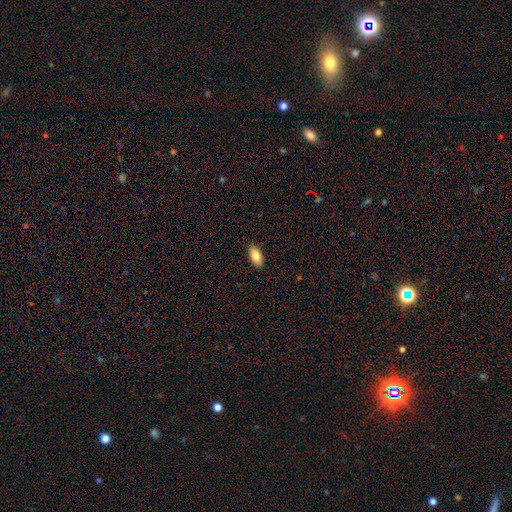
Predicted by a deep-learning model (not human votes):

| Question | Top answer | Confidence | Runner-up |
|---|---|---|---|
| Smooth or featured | smooth | 83% | featured or disk (11%) |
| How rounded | in between | 90% | cigar-shaped (7%) |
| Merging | none | 90% | minor disturbance (8%) |